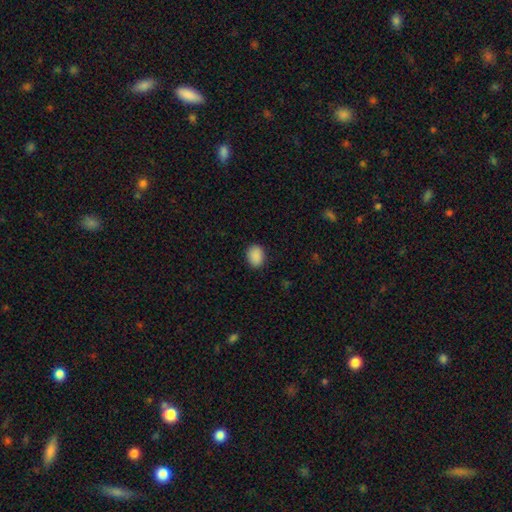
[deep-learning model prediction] Q: Smooth or featured?
A: smooth (90%); runner-up: star or artifact (8%)
Q: How rounded?
A: in between (63%); runner-up: round (36%)
Q: Merging?
A: none (89%); runner-up: minor disturbance (8%)